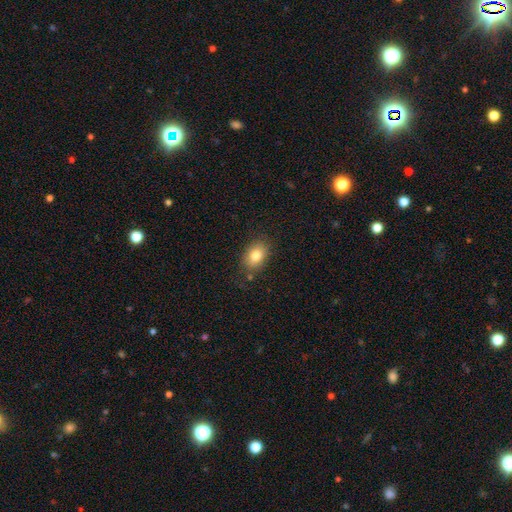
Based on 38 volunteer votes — Overall: smooth (79%). How rounded: in between (73%). Merging: none (91%).